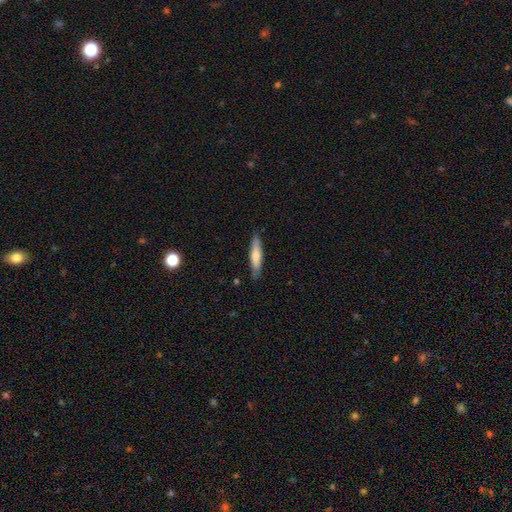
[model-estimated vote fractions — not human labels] Overall: smooth (64%; featured or disk 30%). How rounded: cigar-shaped (85%). Merging: none (87%).